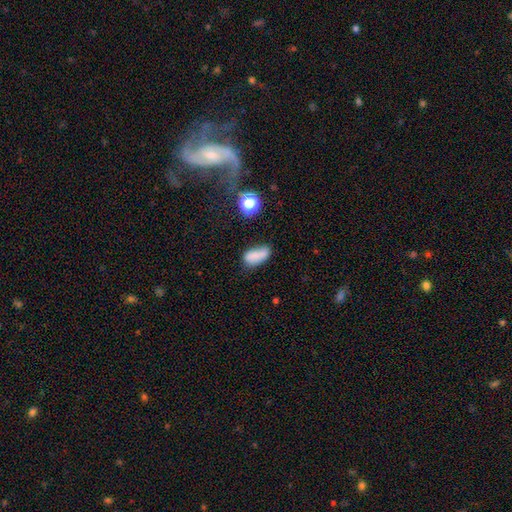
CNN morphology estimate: The model was most divided on "merging": none: 51%, minor disturbance: 28%, merger: 11%, major disturbance: 10%. More confident: how rounded — in between (87%); smooth or featured — smooth (76%).